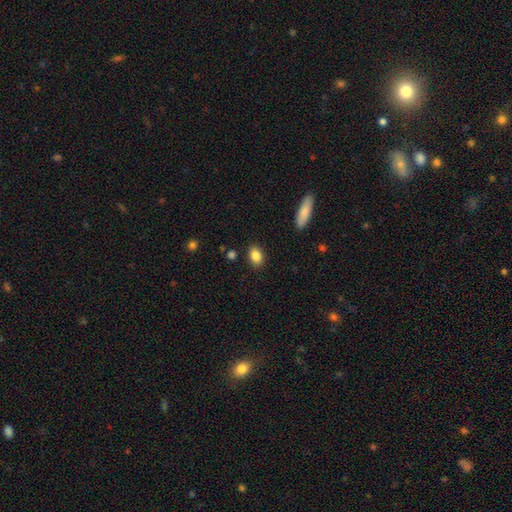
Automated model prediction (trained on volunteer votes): smooth_or_featured: smooth (p=0.86) [alt: star or artifact p=0.08]
how_rounded: in between (p=0.78) [alt: round p=0.21]
merging: none (p=0.86) [alt: minor disturbance p=0.09]